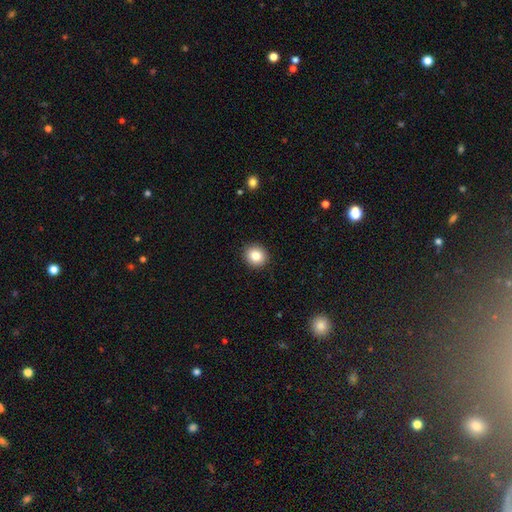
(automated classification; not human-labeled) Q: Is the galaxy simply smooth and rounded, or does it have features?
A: smooth — 85%.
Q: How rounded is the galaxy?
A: round — 83%.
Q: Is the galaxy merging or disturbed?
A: none — 92%.